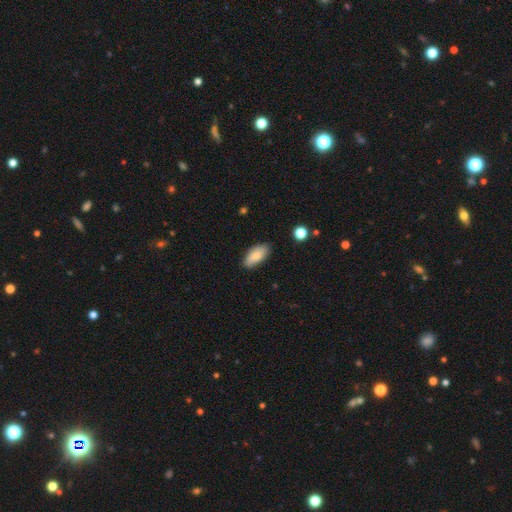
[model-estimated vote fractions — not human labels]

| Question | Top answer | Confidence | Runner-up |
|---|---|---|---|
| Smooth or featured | smooth | 81% | featured or disk (13%) |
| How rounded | in between | 90% | cigar-shaped (7%) |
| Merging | none | 83% | minor disturbance (14%) |